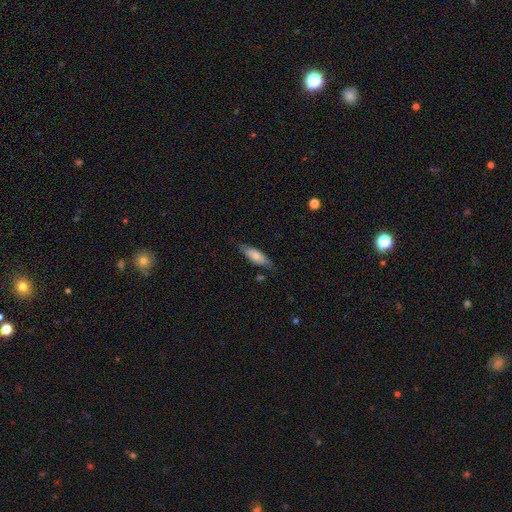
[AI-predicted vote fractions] This is likely a smooth galaxy (69%). How rounded: likely in between (60%). Merging: likely none (74%).